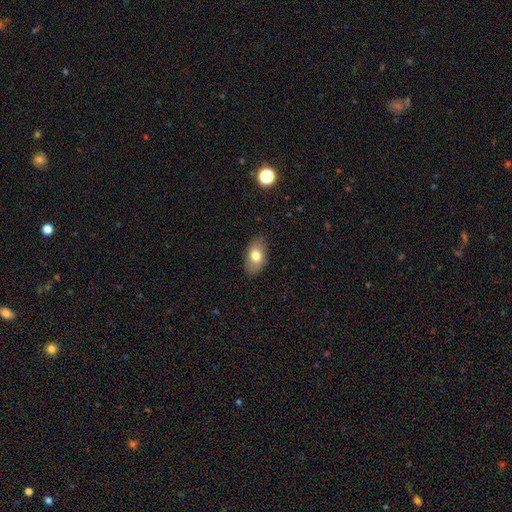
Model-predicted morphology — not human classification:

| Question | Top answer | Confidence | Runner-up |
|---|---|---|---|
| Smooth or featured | smooth | 76% | featured or disk (17%) |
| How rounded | in between | 91% | round (7%) |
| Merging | none | 84% | minor disturbance (12%) |